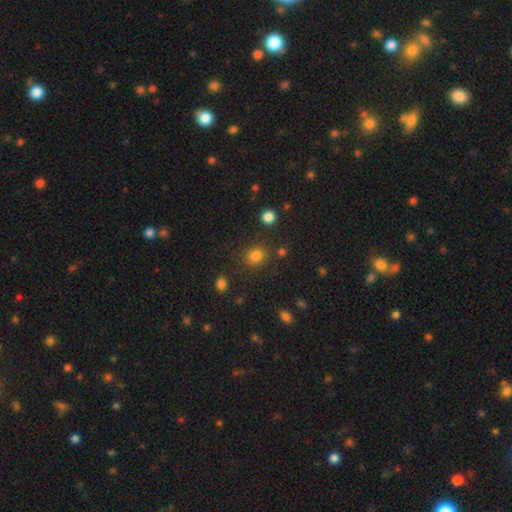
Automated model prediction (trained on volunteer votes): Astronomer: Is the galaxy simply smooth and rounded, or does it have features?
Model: smooth — 82%.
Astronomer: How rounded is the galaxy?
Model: round — 75%.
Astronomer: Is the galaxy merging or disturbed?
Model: none — 82%.